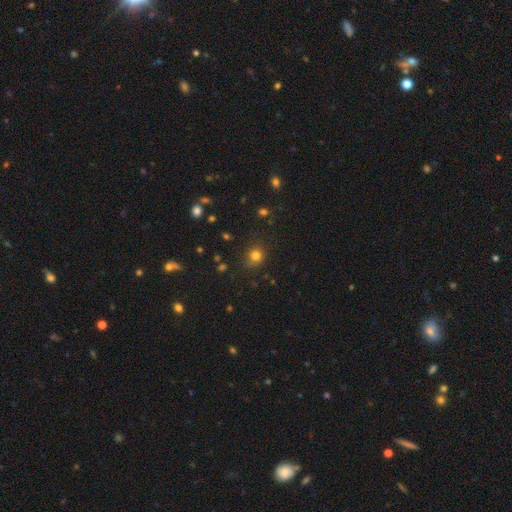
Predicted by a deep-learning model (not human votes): smooth 78%, star or artifact 16%, featured or disk 6%. Down the decision tree: how rounded — round (81%); merging — none (77%).